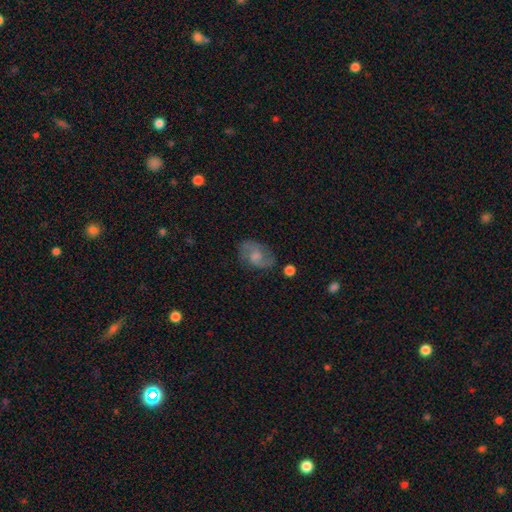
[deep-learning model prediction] smooth_or_featured: featured or disk (p=0.60) [alt: smooth p=0.31]
disk_edge_on: no (p=0.97) [alt: yes p=0.03]
bar: no (p=0.52) [alt: weak p=0.42]
has_spiral_arms: yes (p=0.87) [alt: no p=0.13]
spiral_winding: medium (p=0.50) [alt: loose p=0.30]
spiral_arm_count: 2 (p=0.85) [alt: can't tell p=0.08]
bulge_size: moderate (p=0.41) [alt: small p=0.31]
merging: none (p=0.72) [alt: minor disturbance p=0.19]